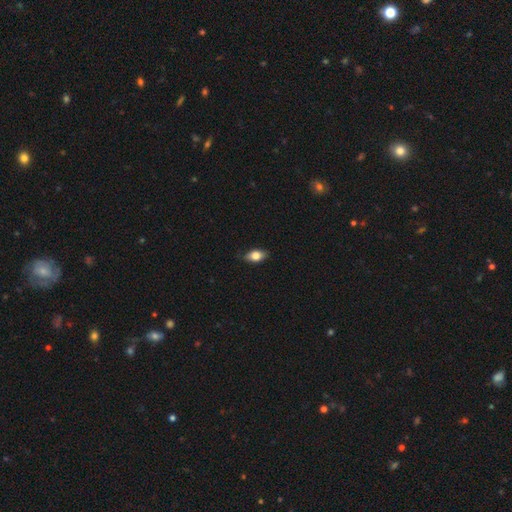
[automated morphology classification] smooth-or-featured: smooth: 79% | featured or disk: 14% | star or artifact: 7%
  how-rounded: in between: 86% | round: 9% | cigar-shaped: 5%
  merging: none: 84% | minor disturbance: 13% | major disturbance: 2% | merger: 1%